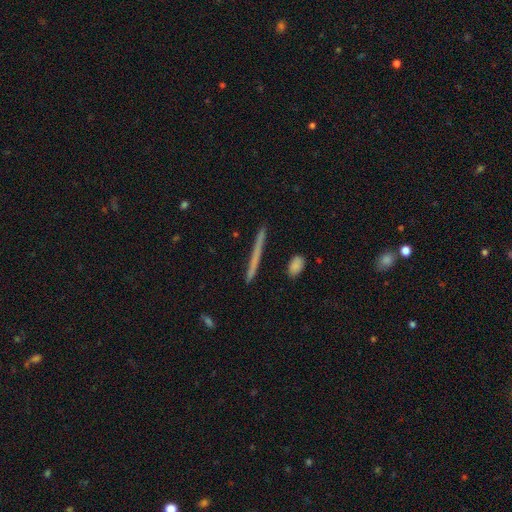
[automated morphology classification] This appears to be a smooth galaxy with no disk features (50%) that is cigar-shaped (95%). Merging: none (90%).